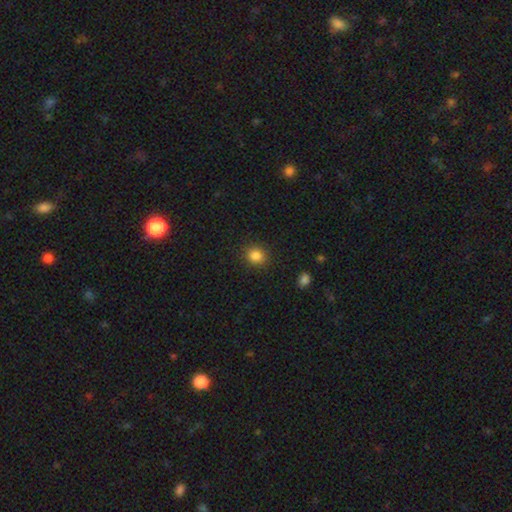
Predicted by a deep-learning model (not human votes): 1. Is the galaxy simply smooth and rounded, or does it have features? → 85% smooth, 11% star or artifact, 4% featured or disk.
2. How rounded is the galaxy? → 78% round, 21% in between, 1% cigar-shaped.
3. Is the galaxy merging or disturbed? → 89% none, 7% minor disturbance, 2% major disturbance, 1% merger.